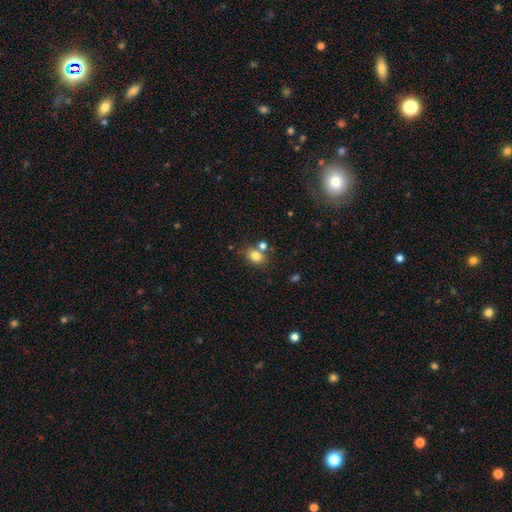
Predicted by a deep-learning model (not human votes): Overall: smooth (80%). How rounded: in between (64%; round 34%). Merging: none (64%).